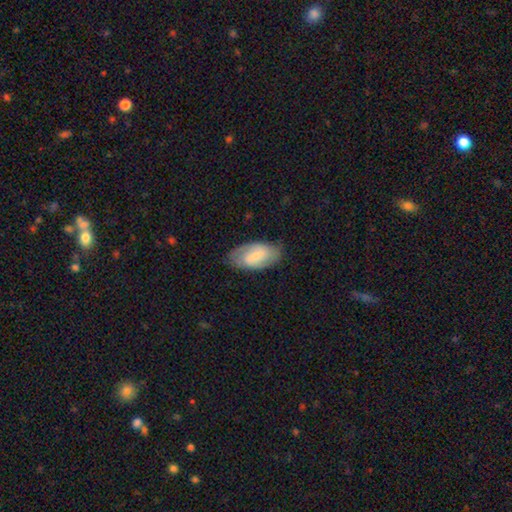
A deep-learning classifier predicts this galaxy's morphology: A smooth galaxy with no disk features (47%, tied with featured or disk).

Vote fractions:
- Smooth or featured? smooth: 47% (tied) / featured or disk: 47% (tied) / star or artifact: 7%
- Merging? none: 70% / minor disturbance: 23% / major disturbance: 6% / merger: 1%